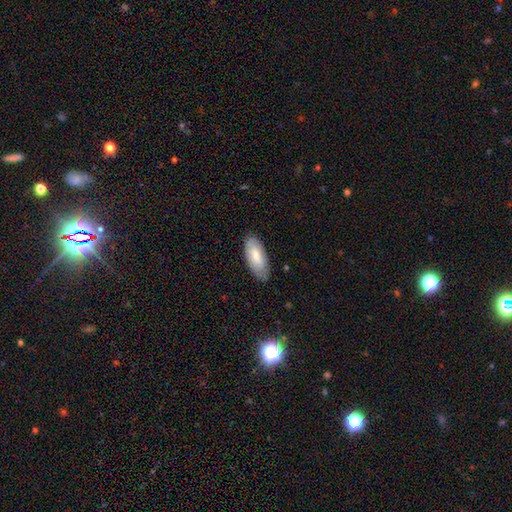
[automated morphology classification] smooth 79%, featured or disk 16%, star or artifact 5%. Down the decision tree: how rounded — in between (86%); merging — none (78%).